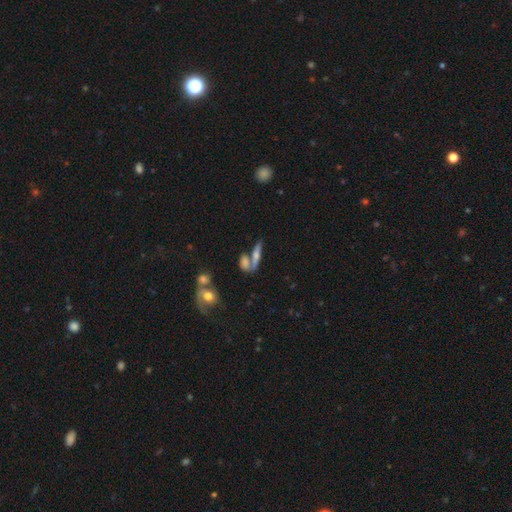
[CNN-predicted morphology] Overall: smooth (44%; featured or disk 43%). Merging: none (42%; merger 39%).